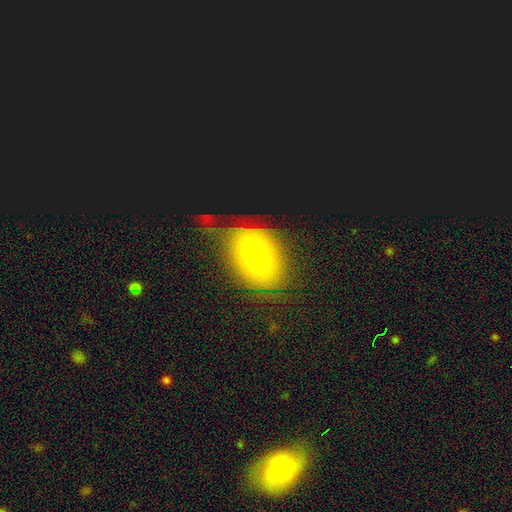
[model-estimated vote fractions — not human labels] Q: Smooth or featured?
A: smooth (62%); runner-up: featured or disk (21%)
Q: How rounded?
A: in between (55%); runner-up: round (43%)
Q: Merging?
A: none (49%); runner-up: minor disturbance (25%)